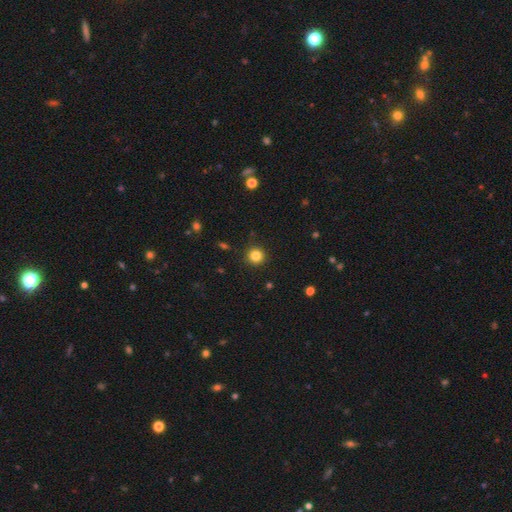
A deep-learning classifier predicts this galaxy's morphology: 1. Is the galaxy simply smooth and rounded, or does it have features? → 83% smooth, 12% star or artifact, 5% featured or disk.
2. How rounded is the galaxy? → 95% round, 4% in between, 1% cigar-shaped.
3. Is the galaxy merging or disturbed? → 92% none, 5% minor disturbance, 2% major disturbance, 1% merger.